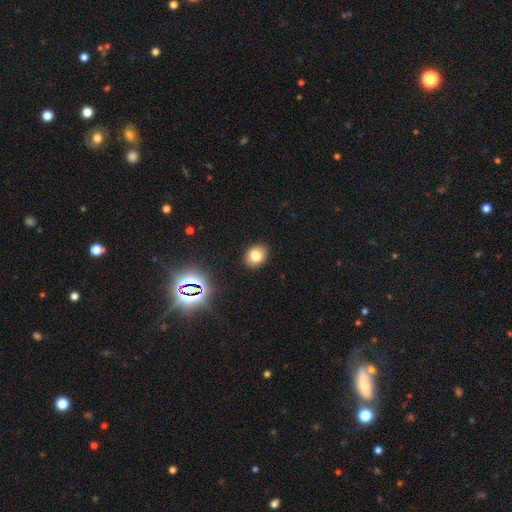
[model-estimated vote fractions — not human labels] This is likely a smooth galaxy (77%). How rounded: possibly in between (50%). Merging: clearly none (89%).